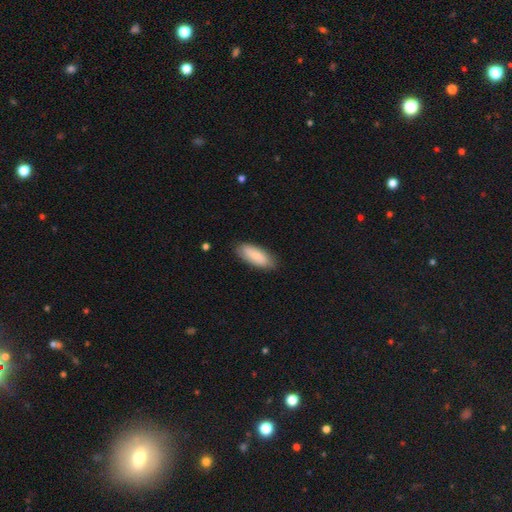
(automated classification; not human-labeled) Morphology: type=smooth (79%); roundness=in between (79%); merging=none (83%).